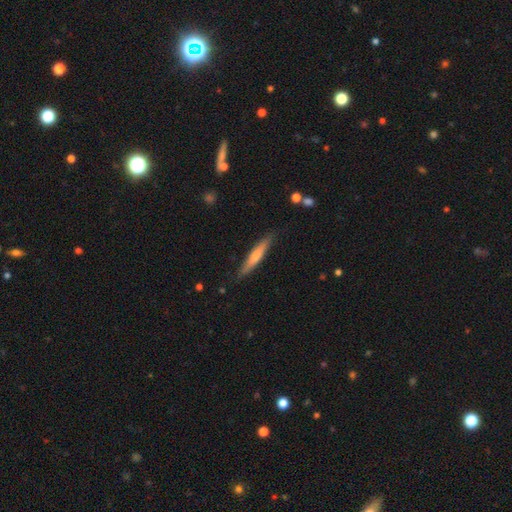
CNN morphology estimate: smooth_or_featured: smooth (p=0.63) [alt: featured or disk p=0.32]
how_rounded: cigar-shaped (p=0.92) [alt: in between p=0.07]
merging: none (p=0.86) [alt: minor disturbance p=0.11]